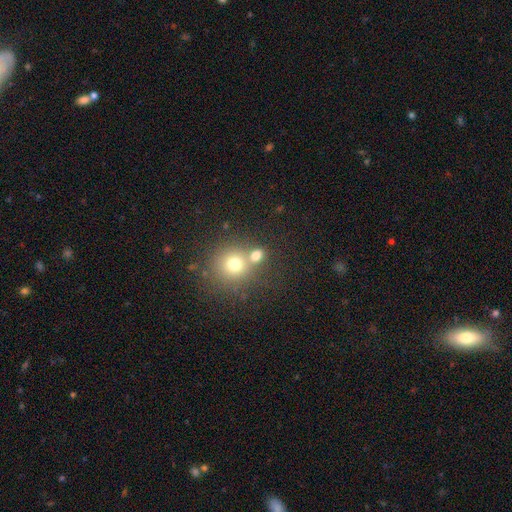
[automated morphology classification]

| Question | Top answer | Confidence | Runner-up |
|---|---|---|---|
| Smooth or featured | smooth | 74% | star or artifact (15%) |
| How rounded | round | 70% | in between (29%) |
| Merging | none | 46% | merger (41%) |